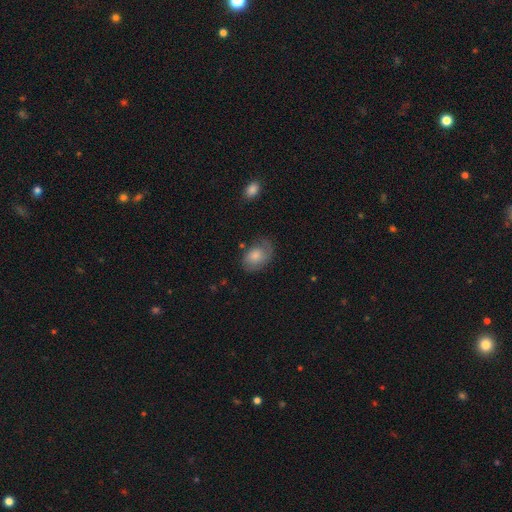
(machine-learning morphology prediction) Q: Smooth or featured?
A: smooth (71%); runner-up: featured or disk (21%)
Q: How rounded?
A: in between (82%); runner-up: round (17%)
Q: Merging?
A: none (57%); runner-up: minor disturbance (28%)